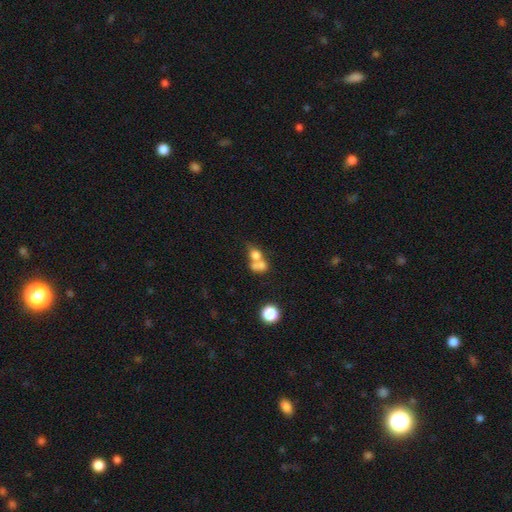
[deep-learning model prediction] Overall: smooth (68%). How rounded: in between (49%, tied with round). Merging: merger (67%).